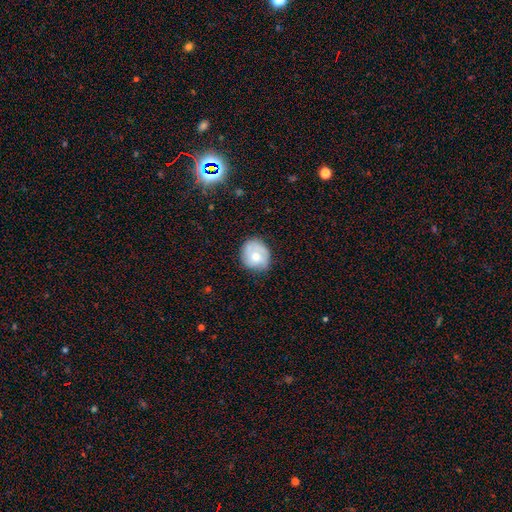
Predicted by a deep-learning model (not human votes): Smooth or featured?
  - smooth: 59% *
  - featured or disk: 34%
  - star or artifact: 7%
How rounded?
  - round: 77% *
  - in between: 22%
  - cigar-shaped: 1%
Merging?
  - none: 71% *
  - minor disturbance: 22%
  - major disturbance: 5%
  - merger: 1%